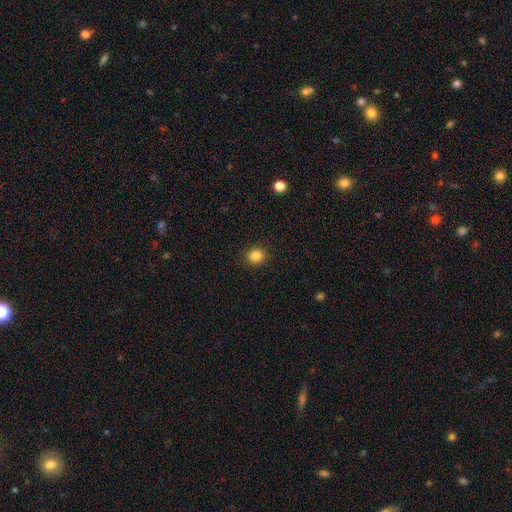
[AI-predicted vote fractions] smooth 84%, star or artifact 11%, featured or disk 4%. Down the decision tree: how rounded — round (82%); merging — none (91%).